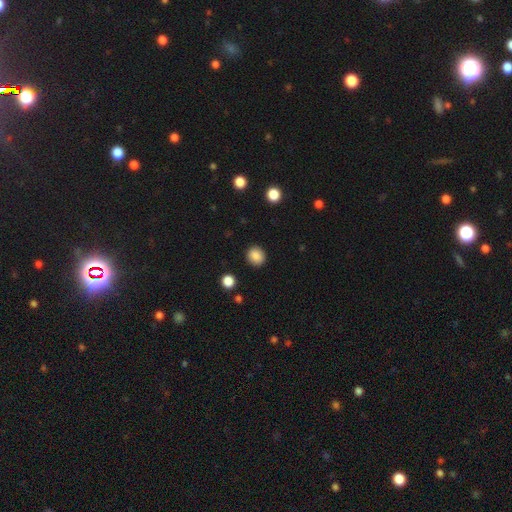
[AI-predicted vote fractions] Morphology: type=smooth (87%); roundness=round (82%); merging=none (91%).